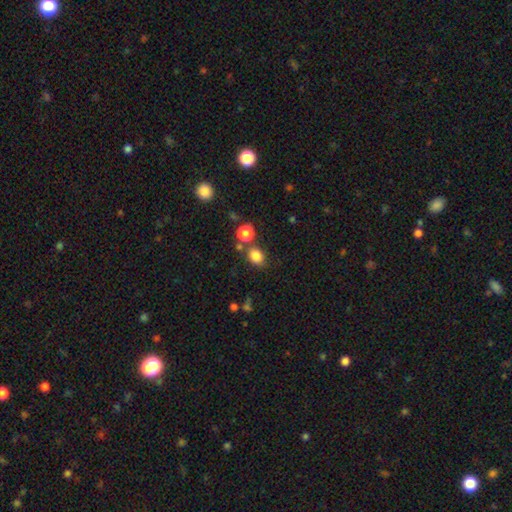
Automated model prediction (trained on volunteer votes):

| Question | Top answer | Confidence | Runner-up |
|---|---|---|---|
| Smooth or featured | smooth | 82% | star or artifact (13%) |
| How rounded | in between | 50% | round (49%) |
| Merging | none | 70% | merger (14%) |